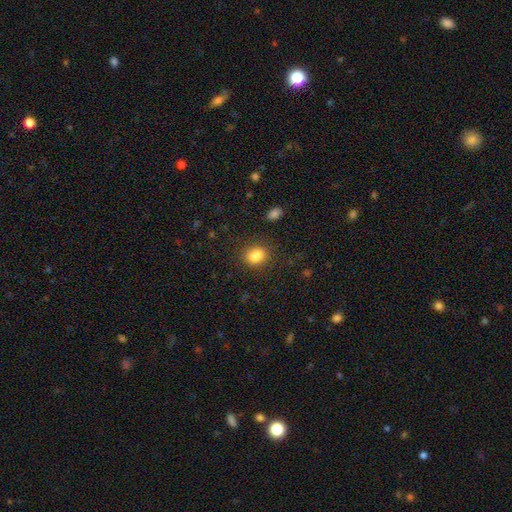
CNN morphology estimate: Overall: smooth (84%). How rounded: in between (59%; round 40%). Merging: none (75%).